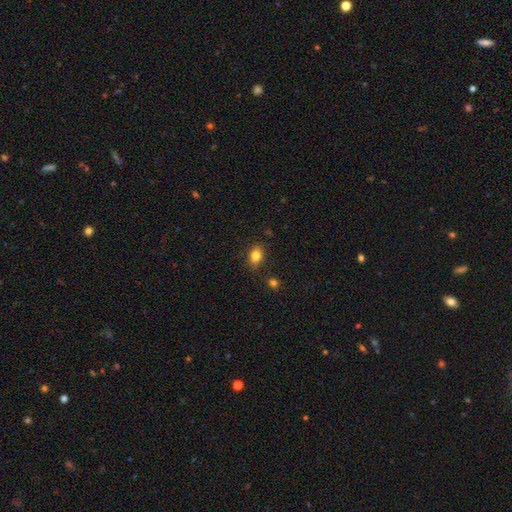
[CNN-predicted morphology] This is clearly a smooth galaxy (82%). How rounded: likely in between (79%). Merging: clearly none (83%).